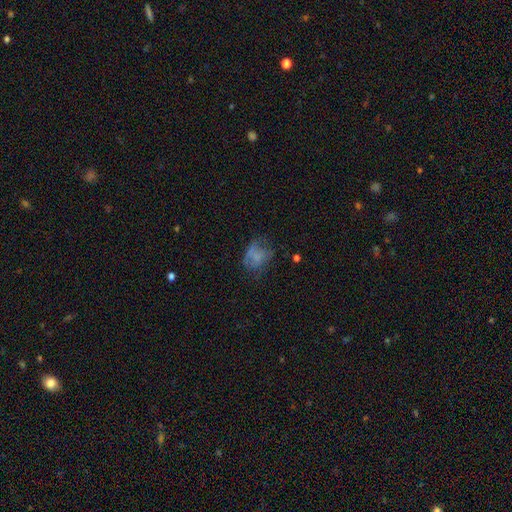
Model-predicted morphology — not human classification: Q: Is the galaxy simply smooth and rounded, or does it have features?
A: smooth — 53%.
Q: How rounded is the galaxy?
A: in between — 63%.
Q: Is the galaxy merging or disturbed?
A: none — 38%.